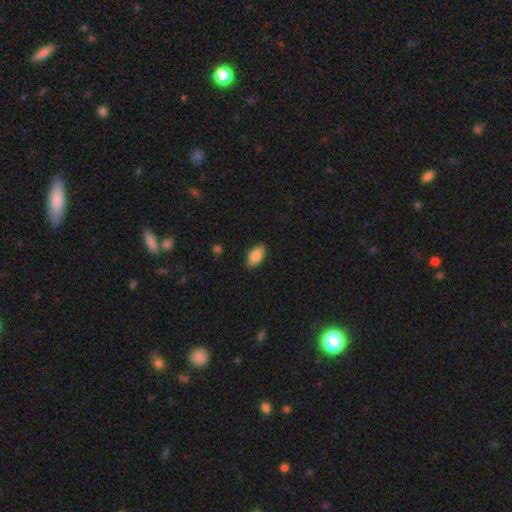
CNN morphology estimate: Smooth or featured? Predicted: smooth (p=0.84). How rounded? Predicted: in between (p=0.93). Merging? Predicted: none (p=0.86).